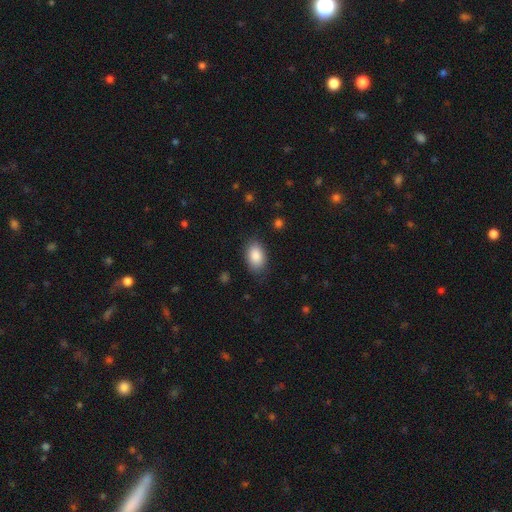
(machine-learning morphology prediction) A smooth galaxy with no disk features (88%) that is in between round and cigar-shaped (91%). Merging: none (82%).